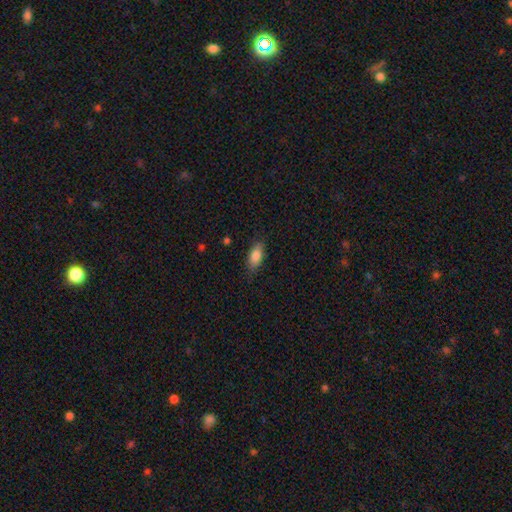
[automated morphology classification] Smooth or featured? Predicted: smooth (p=0.84). How rounded? Predicted: in between (p=0.86). Merging? Predicted: none (p=0.80).